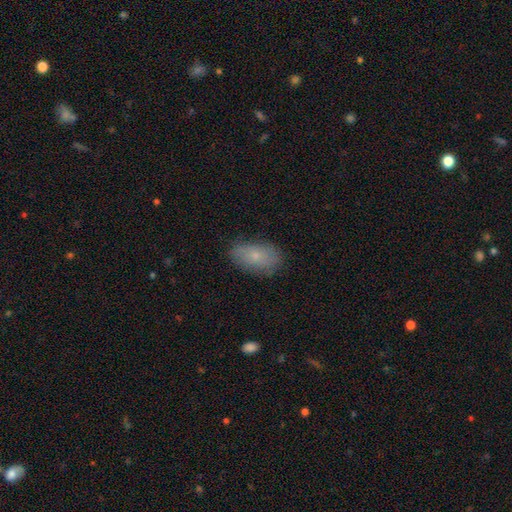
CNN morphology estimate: Smooth or featured: smooth — 72% (featured or disk — 21%)
How rounded: in between — 91% (round — 6%)
Merging: none — 76% (minor disturbance — 19%)